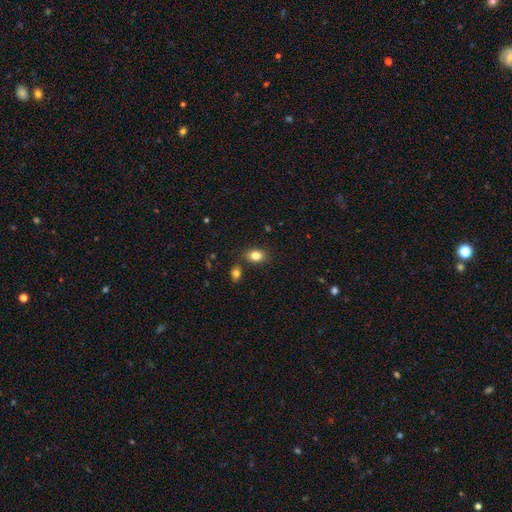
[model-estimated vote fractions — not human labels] A smooth galaxy with no disk features (82%) that is in between round and cigar-shaped (73%). Merging: none (78%).